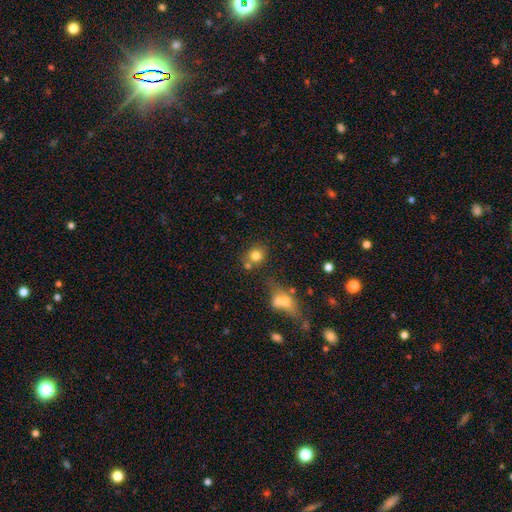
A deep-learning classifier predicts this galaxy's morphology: This is likely a smooth galaxy (79%). How rounded: clearly round (81%). Merging: likely none (62%).